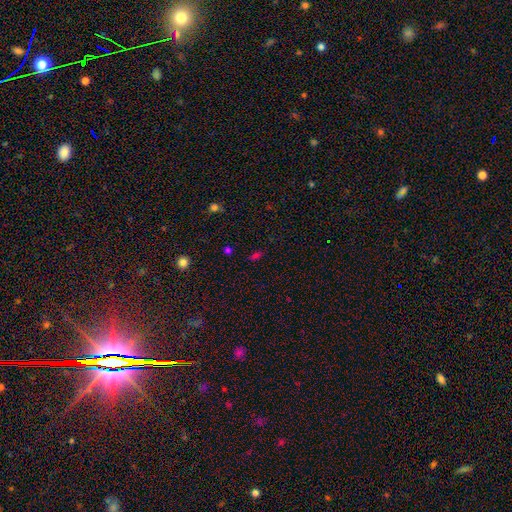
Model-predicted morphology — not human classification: A smooth galaxy with no disk features (57%) that is in between round and cigar-shaped (79%). Merging: none (79%).